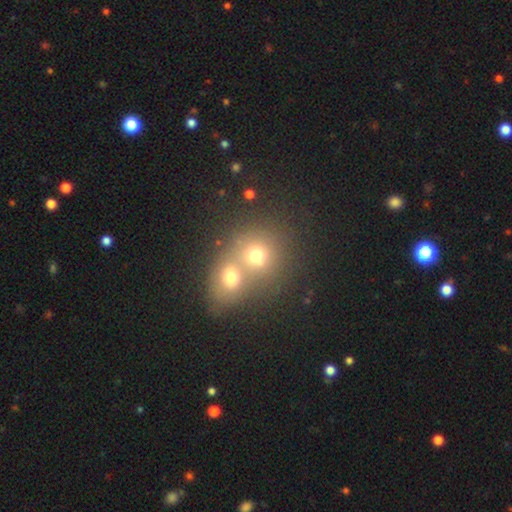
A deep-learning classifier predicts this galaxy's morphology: Q: Smooth or featured?
A: smooth (67%); runner-up: featured or disk (17%)
Q: How rounded?
A: round (75%); runner-up: in between (24%)
Q: Merging?
A: merger (64%); runner-up: none (29%)